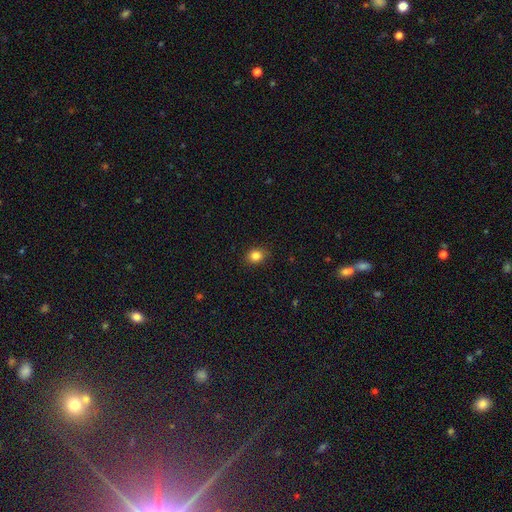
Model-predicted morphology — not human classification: smooth 83%, star or artifact 11%, featured or disk 5%. Down the decision tree: how rounded — round (56%); merging — none (88%).